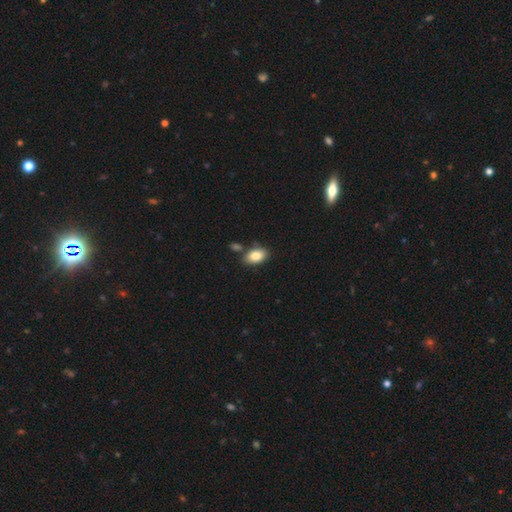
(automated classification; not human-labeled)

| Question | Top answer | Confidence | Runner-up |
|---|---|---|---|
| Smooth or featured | smooth | 84% | featured or disk (9%) |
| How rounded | in between | 91% | round (7%) |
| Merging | none | 72% | minor disturbance (14%) |